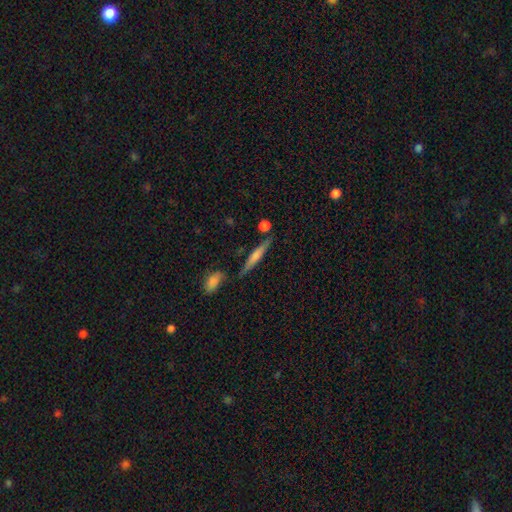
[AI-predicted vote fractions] Smooth or featured?
  - smooth: 58% *
  - featured or disk: 36%
  - star or artifact: 6%
How rounded?
  - cigar-shaped: 89% *
  - in between: 9%
  - round: 2%
Merging?
  - none: 75% *
  - minor disturbance: 13%
  - merger: 8%
  - major disturbance: 3%